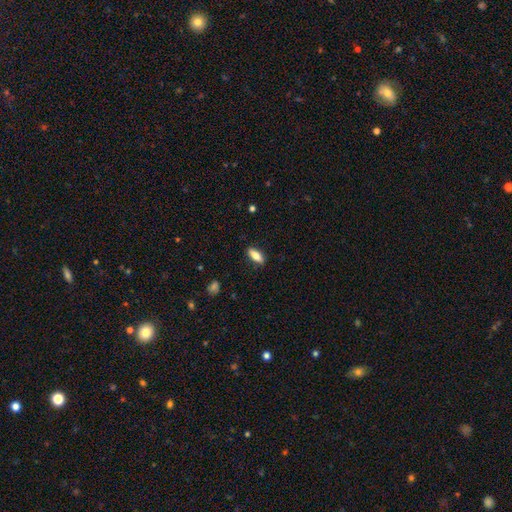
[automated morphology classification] A smooth galaxy with no disk features (75%) that is in between round and cigar-shaped (70%). Merging: none (87%).